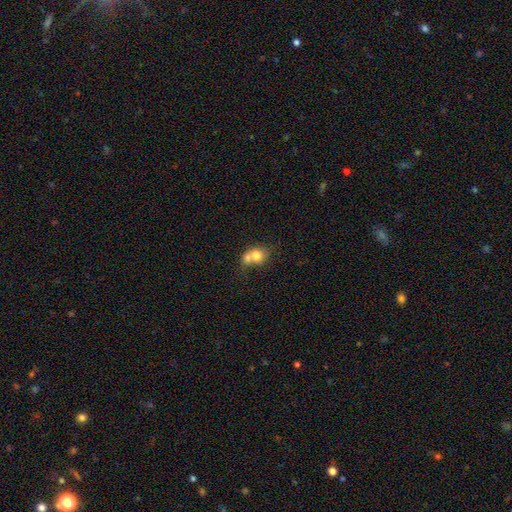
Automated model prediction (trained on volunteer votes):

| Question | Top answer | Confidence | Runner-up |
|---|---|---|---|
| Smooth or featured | smooth | 72% | featured or disk (18%) |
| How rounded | round | 65% | in between (34%) |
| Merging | merger | 63% | none (24%) |